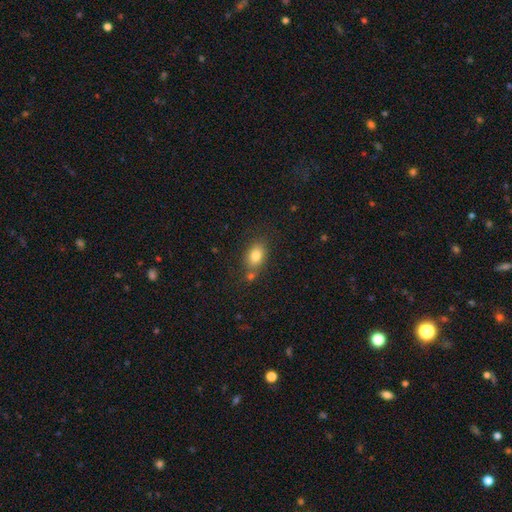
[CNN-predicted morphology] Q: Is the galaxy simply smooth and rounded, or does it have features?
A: smooth — 82%.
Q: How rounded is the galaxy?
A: in between — 79%.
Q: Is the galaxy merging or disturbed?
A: none — 70%.